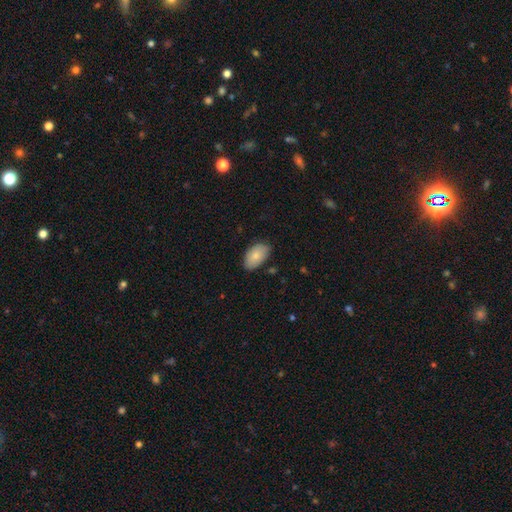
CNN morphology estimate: smooth 82%, featured or disk 12%, star or artifact 6%. Down the decision tree: how rounded — in between (94%); merging — none (81%).